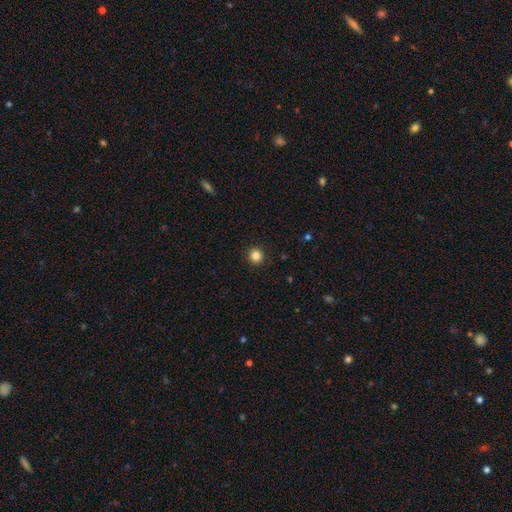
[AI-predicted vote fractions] This appears to be a smooth galaxy with no disk features (85%) that is round (95%). Merging: none (93%).